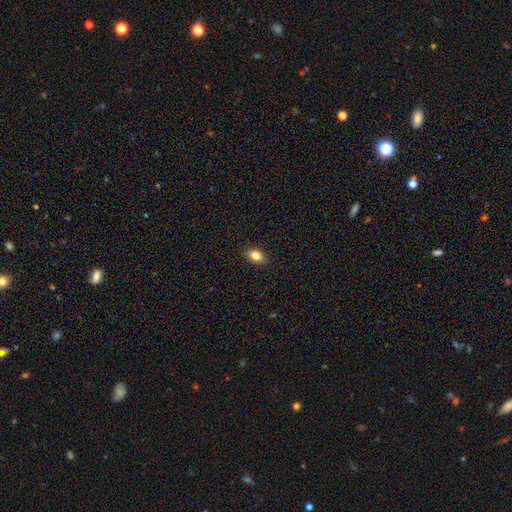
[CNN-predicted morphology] smooth 82%, star or artifact 10%, featured or disk 8%. Down the decision tree: how rounded — in between (74%); merging — none (87%).